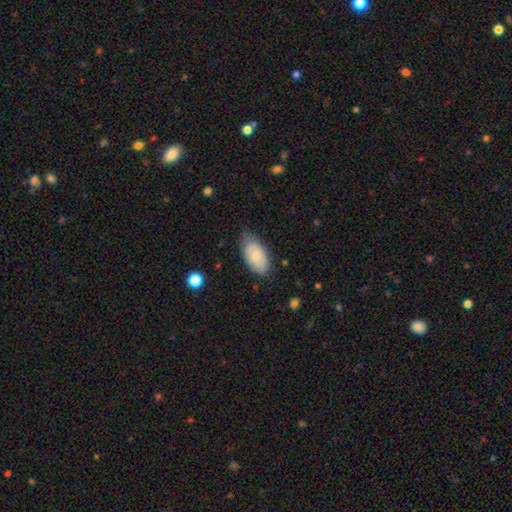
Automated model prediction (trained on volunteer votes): smooth 67%, featured or disk 26%, star or artifact 6%. Down the decision tree: how rounded — in between (94%); merging — none (68%).